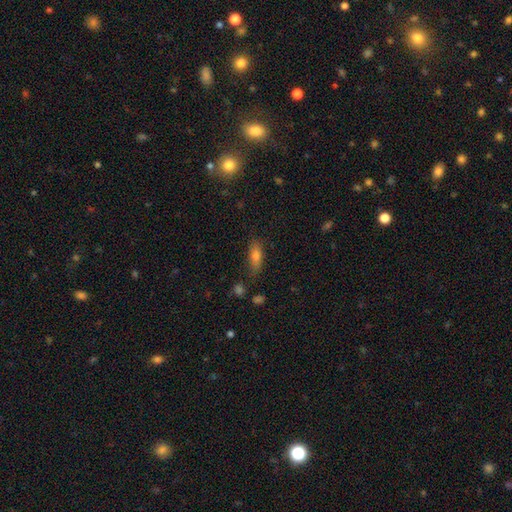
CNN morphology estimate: Q: Smooth or featured?
A: smooth (70%); runner-up: featured or disk (19%)
Q: How rounded?
A: in between (57%); runner-up: cigar-shaped (39%)
Q: Merging?
A: none (78%); runner-up: minor disturbance (15%)